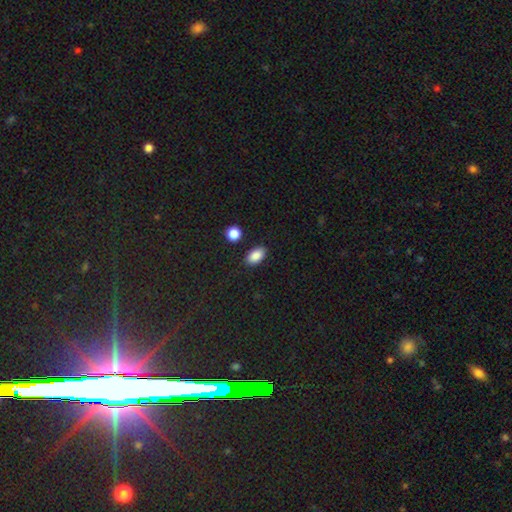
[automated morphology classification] Smooth or featured: smooth — 88% (star or artifact — 8%)
How rounded: in between — 91% (round — 7%)
Merging: none — 85% (minor disturbance — 10%)